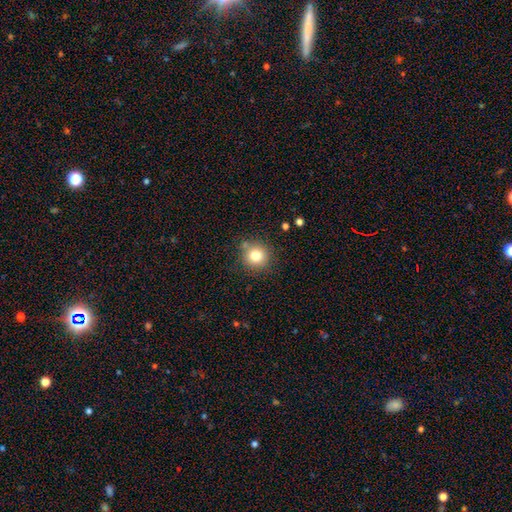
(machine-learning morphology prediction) A smooth galaxy with no disk features (80%) that is round (93%).

Vote fractions:
- Smooth or featured? smooth: 80% / star or artifact: 12% / featured or disk: 8%
- How rounded? round: 93% / in between: 6% / cigar-shaped: 1%
- Merging? none: 81% / minor disturbance: 11% / merger: 5% / major disturbance: 3%